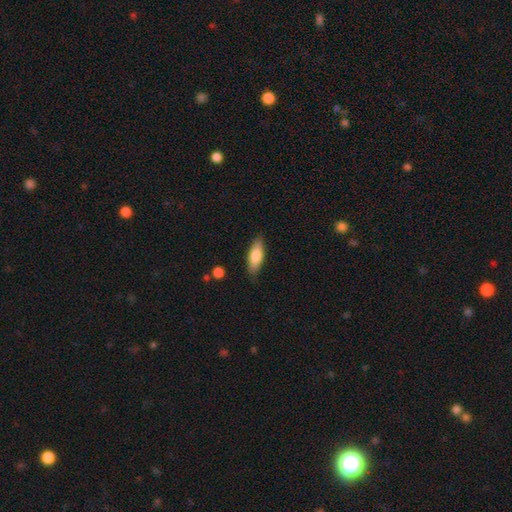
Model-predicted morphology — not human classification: smooth-or-featured: smooth: 78% | featured or disk: 16% | star or artifact: 6%
  how-rounded: in between: 67% | cigar-shaped: 31% | round: 2%
  merging: none: 84% | minor disturbance: 12% | major disturbance: 2% | merger: 1%